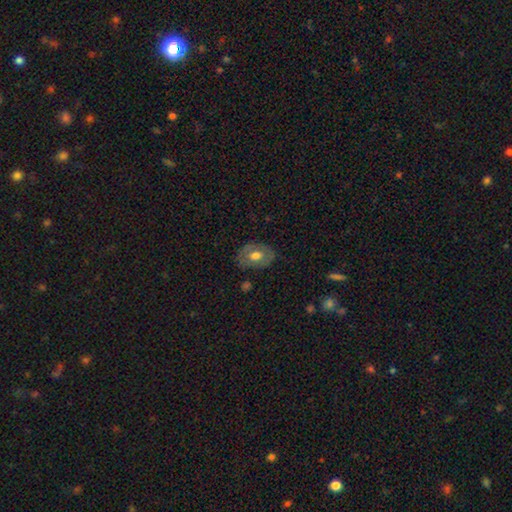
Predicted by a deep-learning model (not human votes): Smooth or featured: smooth — 54% (featured or disk — 39%)
How rounded: in between — 72% (round — 27%)
Merging: none — 77% (minor disturbance — 17%)